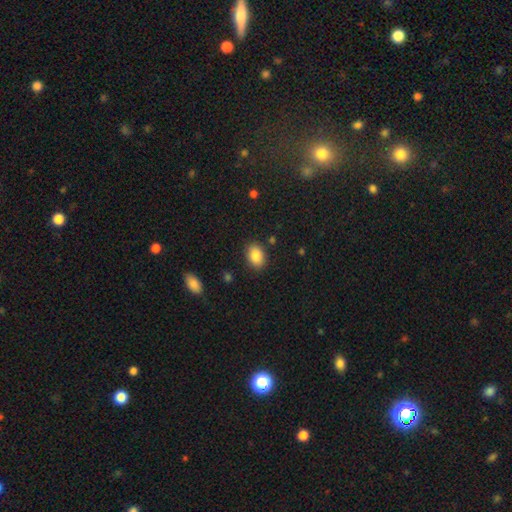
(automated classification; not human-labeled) A smooth galaxy with no disk features (86%) that is in between round and cigar-shaped (78%).

Vote fractions:
- Smooth or featured? smooth: 86% / star or artifact: 8% / featured or disk: 6%
- How rounded? in between: 78% / round: 21% / cigar-shaped: 1%
- Merging? none: 86% / minor disturbance: 9% / major disturbance: 3% / merger: 2%